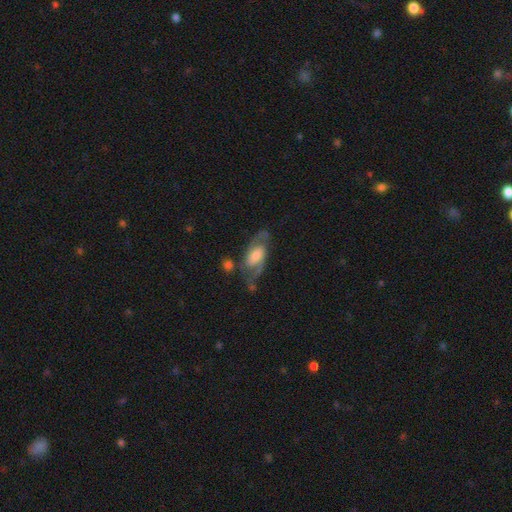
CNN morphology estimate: smooth_or_featured: featured or disk (p=0.79) [alt: smooth p=0.15]
disk_edge_on: no (p=0.94) [alt: yes p=0.06]
bar: weak (p=0.46) [alt: no p=0.31]
has_spiral_arms: yes (p=0.93) [alt: no p=0.07]
spiral_winding: medium (p=0.53) [alt: loose p=0.25]
spiral_arm_count: 2 (p=0.88) [alt: can't tell p=0.06]
bulge_size: moderate (p=0.48) [alt: small p=0.28]
merging: none (p=0.64) [alt: minor disturbance p=0.19]